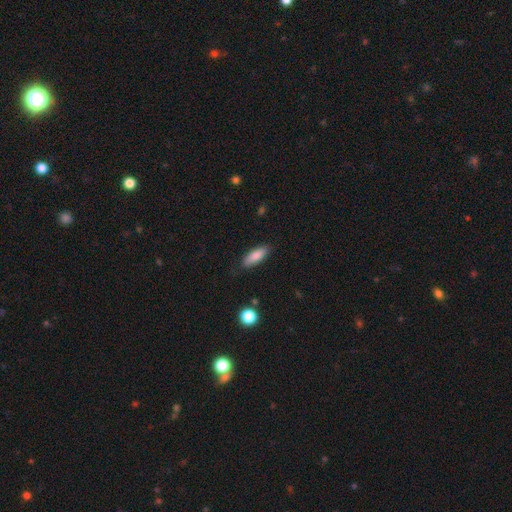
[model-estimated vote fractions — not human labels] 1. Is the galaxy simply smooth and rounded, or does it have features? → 84% smooth, 10% featured or disk, 7% star or artifact.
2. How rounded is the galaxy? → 65% in between, 33% cigar-shaped, 2% round.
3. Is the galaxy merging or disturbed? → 83% none, 13% minor disturbance, 3% major disturbance, 1% merger.